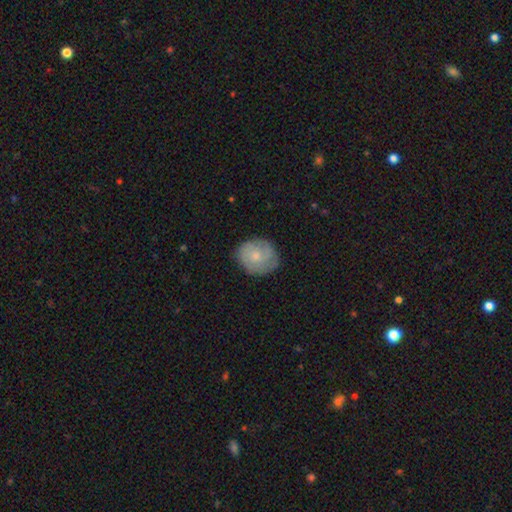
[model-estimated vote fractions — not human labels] A smooth galaxy with no disk features (48%). Merging: none (74%).